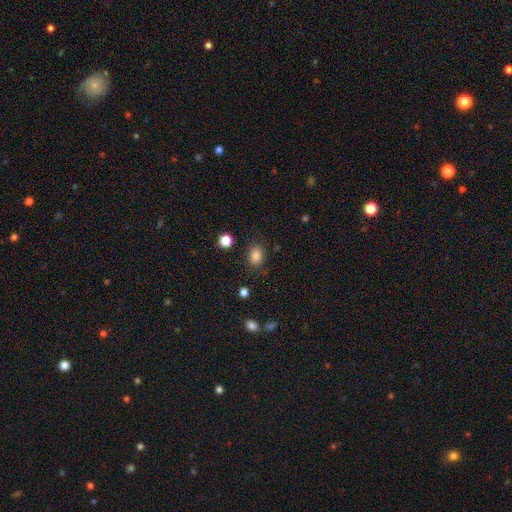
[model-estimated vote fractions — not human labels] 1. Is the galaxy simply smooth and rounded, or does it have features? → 85% smooth, 10% star or artifact, 4% featured or disk.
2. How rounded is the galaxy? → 69% in between, 30% round, 1% cigar-shaped.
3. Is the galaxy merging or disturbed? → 84% none, 10% minor disturbance, 3% major disturbance, 2% merger.